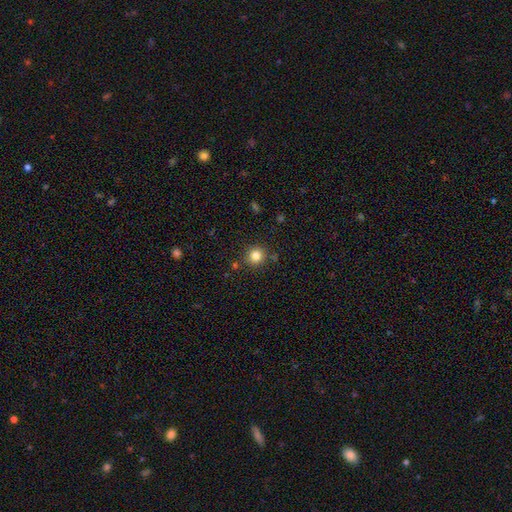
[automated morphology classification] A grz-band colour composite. It shows a smooth galaxy with no disk features (82%) that is round (92%). Merging: none (87%).